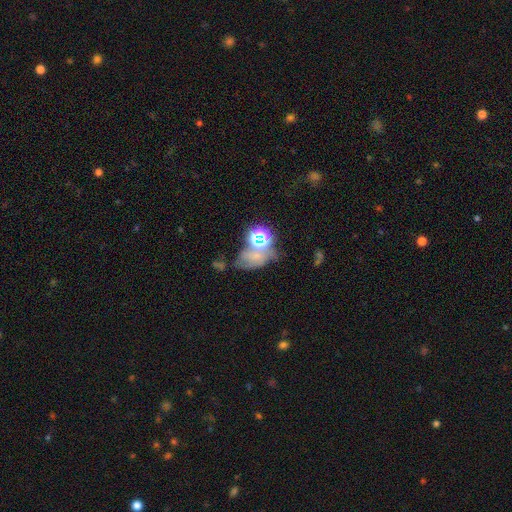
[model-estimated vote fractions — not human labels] smooth_or_featured: star or artifact (p=0.37) [alt: smooth p=0.36]